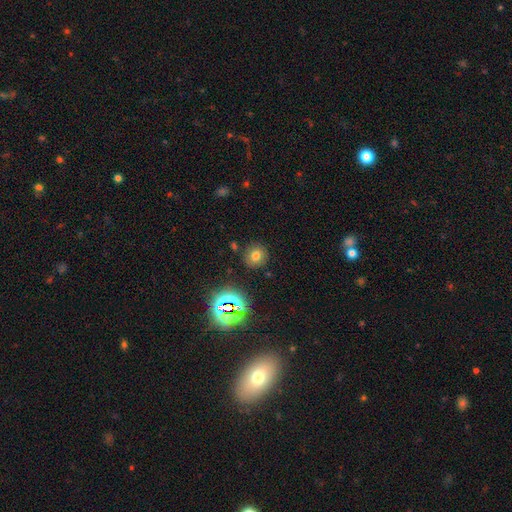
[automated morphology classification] A smooth galaxy with no disk features (67%) that is round (85%). Merging: none (85%).